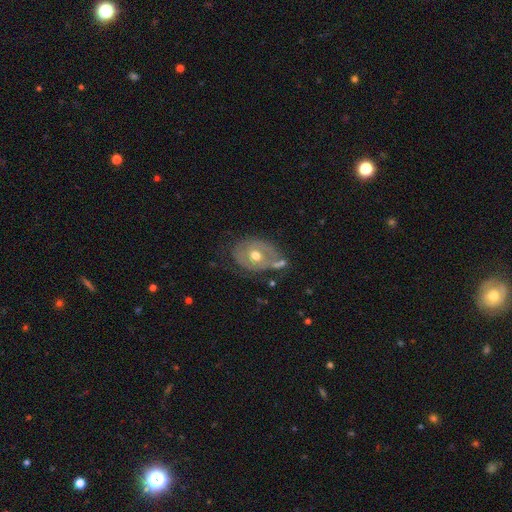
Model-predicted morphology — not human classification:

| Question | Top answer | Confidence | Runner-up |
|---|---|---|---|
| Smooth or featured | featured or disk | 56% | smooth (37%) |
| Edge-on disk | no | 94% | yes (6%) |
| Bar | no | 76% | weak (18%) |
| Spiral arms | no | 63% | yes (37%) |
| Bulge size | moderate | 79% | small (12%) |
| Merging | none | 48% | minor disturbance (26%) |